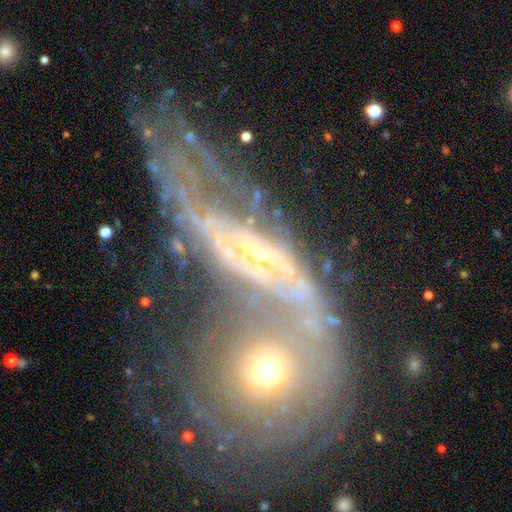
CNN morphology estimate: Smooth or featured? Predicted: featured or disk (p=0.74). Edge-on disk? Predicted: no (p=0.86). Bar? Predicted: no (p=0.63). Spiral arms? Predicted: yes (p=0.69). Bulge size? Predicted: small (p=0.53). Merging? Predicted: merger (p=0.51).